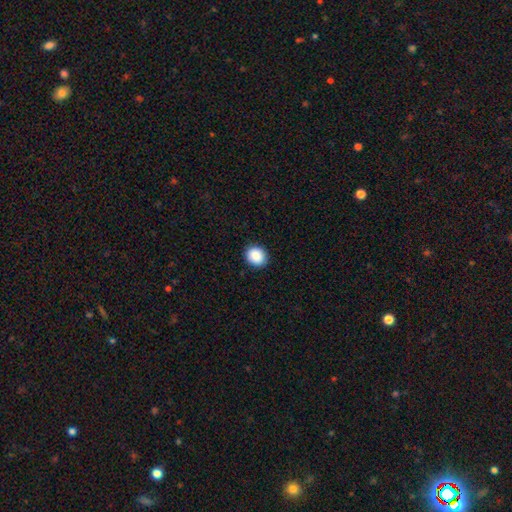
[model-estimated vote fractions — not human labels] This is clearly a smooth galaxy (88%). How rounded: likely round (73%). Merging: clearly none (90%).